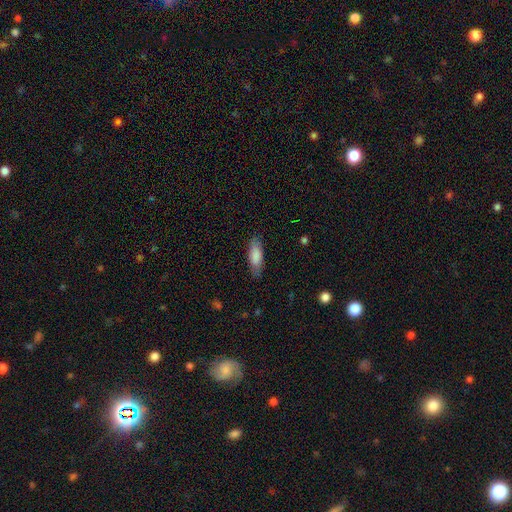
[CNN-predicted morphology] Smooth or featured? Predicted: smooth (p=0.82). How rounded? Predicted: in between (p=0.69). Merging? Predicted: none (p=0.80).